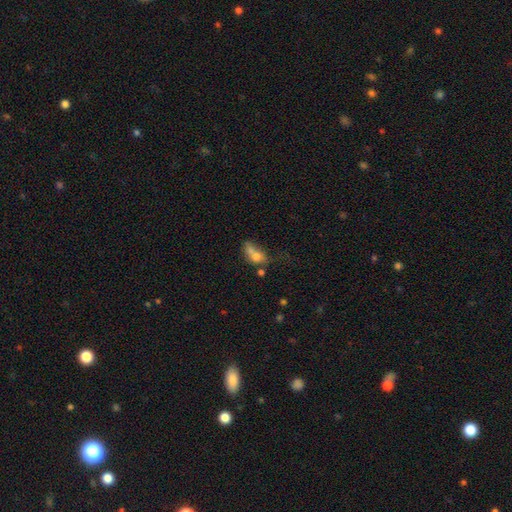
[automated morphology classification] The model was most divided on "merging": merger: 48%, none: 21%, major disturbance: 17%, minor disturbance: 14%. More confident: smooth or featured — smooth (67%); how rounded — in between (67%).